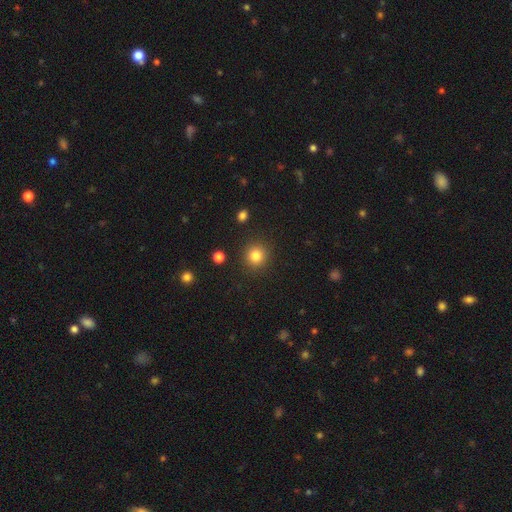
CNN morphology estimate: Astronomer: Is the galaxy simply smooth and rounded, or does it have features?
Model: smooth — 83%.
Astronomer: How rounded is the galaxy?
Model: round — 93%.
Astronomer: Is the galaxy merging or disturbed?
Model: none — 90%.